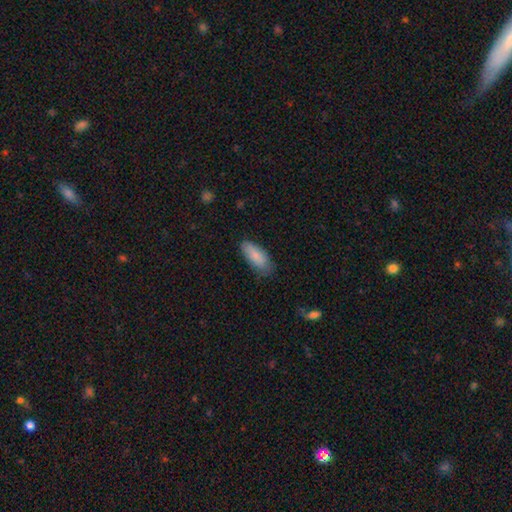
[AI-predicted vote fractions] Morphology: type=smooth (84%); roundness=in between (82%); merging=none (74%).